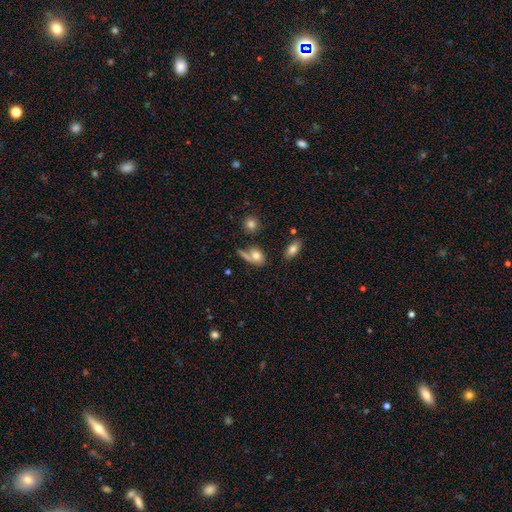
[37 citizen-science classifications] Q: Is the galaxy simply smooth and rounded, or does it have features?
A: smooth — 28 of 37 (76%).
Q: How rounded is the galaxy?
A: in between — 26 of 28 (93%).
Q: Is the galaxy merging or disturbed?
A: none — 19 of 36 (53%).